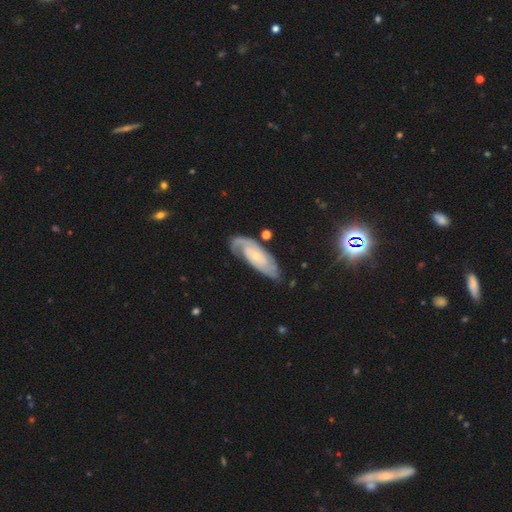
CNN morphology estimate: A featured or disk galaxy (82%) with no bar (69%), 2 (65%) tight (59%) spiral arms (96%) and a small central bulge (76%). Merging: none (71%).